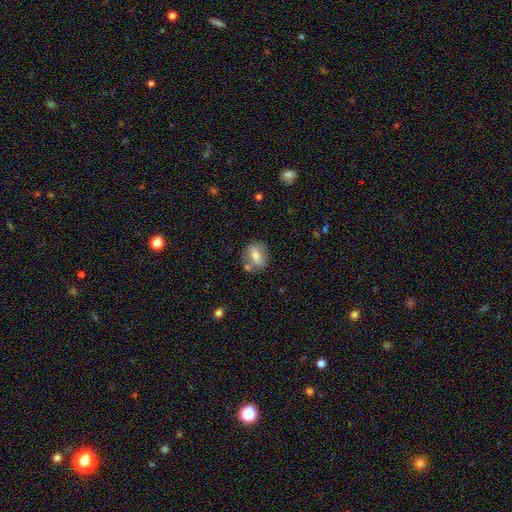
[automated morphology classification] Smooth or featured? smooth (59%)
How rounded? in between (52%)
Merging? none (66%)